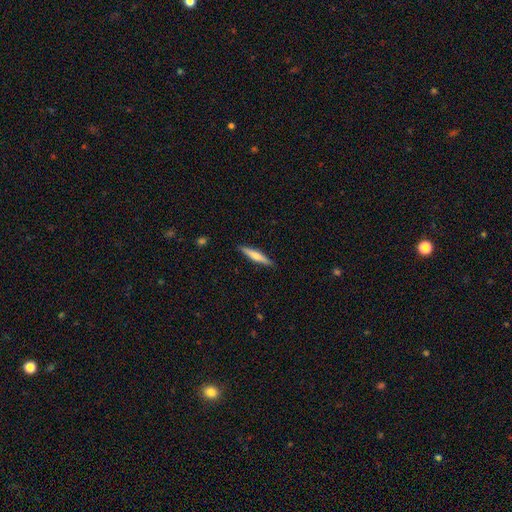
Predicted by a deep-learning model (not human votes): smooth 58%, featured or disk 36%, star or artifact 6%. Down the decision tree: how rounded — cigar-shaped (91%); merging — none (90%).